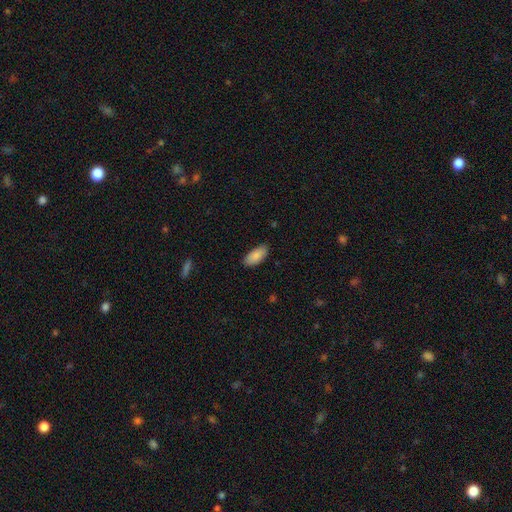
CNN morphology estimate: Smooth or featured? Predicted: smooth (p=0.87). How rounded? Predicted: in between (p=0.91). Merging? Predicted: none (p=0.84).